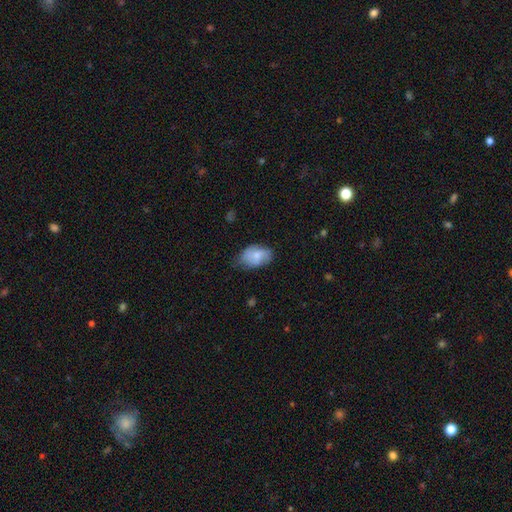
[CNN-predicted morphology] A smooth galaxy with no disk features (69%) that is in between round and cigar-shaped (88%). Merging: none (58%).